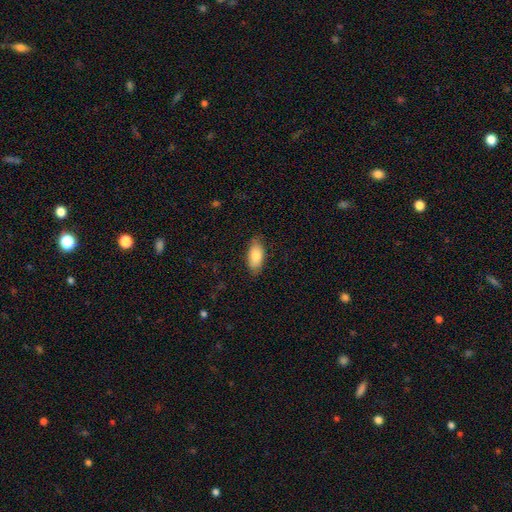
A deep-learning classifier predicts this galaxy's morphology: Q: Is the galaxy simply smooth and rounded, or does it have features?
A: smooth — 81%.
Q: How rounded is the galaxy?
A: in between — 91%.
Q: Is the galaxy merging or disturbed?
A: none — 82%.